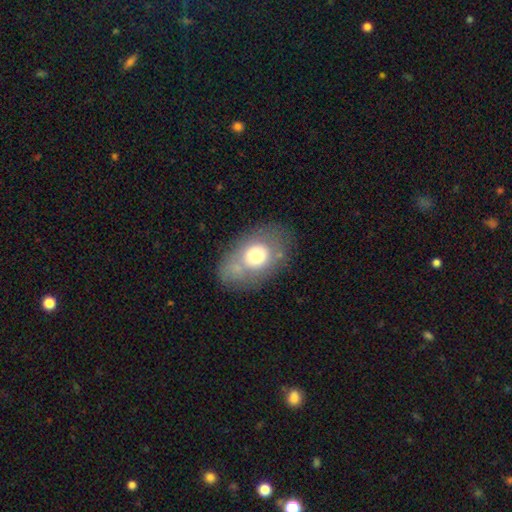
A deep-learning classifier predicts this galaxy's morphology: The model was most divided on "smooth or featured": smooth: 65%, featured or disk: 27%, star or artifact: 9%. More confident: how rounded — in between (77%); merging — none (61%).